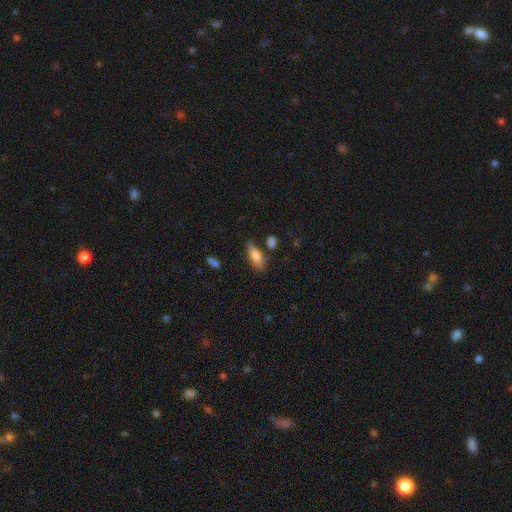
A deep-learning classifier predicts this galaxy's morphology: smooth 72%, featured or disk 21%, star or artifact 7%. Down the decision tree: how rounded — in between (69%); merging — none (75%).